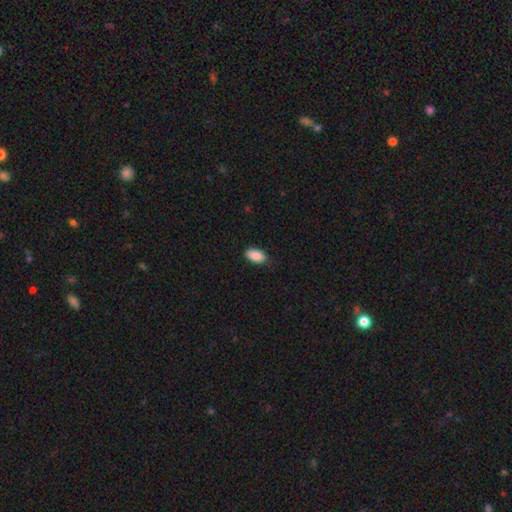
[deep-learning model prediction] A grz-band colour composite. It shows a smooth galaxy with no disk features (89%) that is in between round and cigar-shaped (93%). Merging: none (80%).